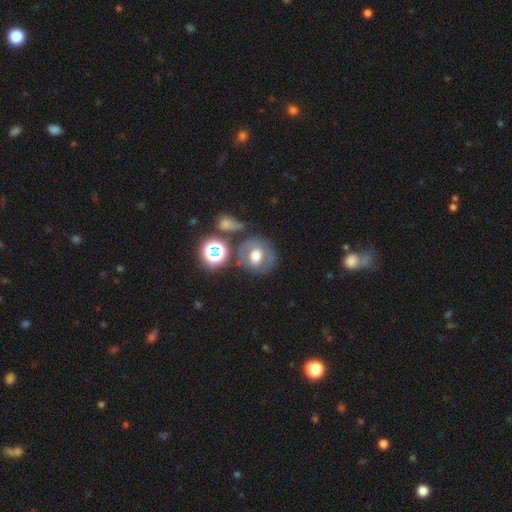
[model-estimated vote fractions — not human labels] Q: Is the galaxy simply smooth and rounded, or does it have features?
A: smooth — 52%.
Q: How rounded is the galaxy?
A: round — 76%.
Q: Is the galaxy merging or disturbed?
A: none — 64%.